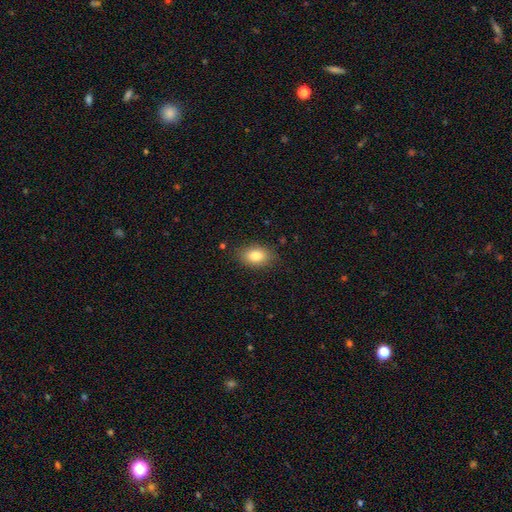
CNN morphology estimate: Smooth or featured?
  - smooth: 82% *
  - featured or disk: 10%
  - star or artifact: 8%
How rounded?
  - in between: 86% *
  - round: 12%
  - cigar-shaped: 2%
Merging?
  - none: 83% *
  - minor disturbance: 13%
  - major disturbance: 3%
  - merger: 1%